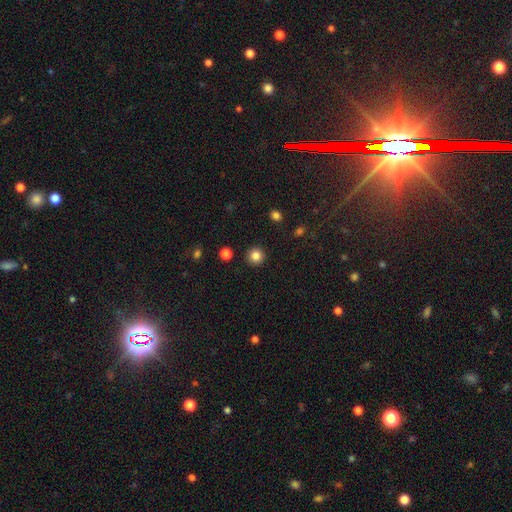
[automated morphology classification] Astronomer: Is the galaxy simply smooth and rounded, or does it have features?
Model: smooth — 84%.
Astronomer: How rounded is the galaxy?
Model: round — 94%.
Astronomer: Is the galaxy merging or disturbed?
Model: none — 92%.